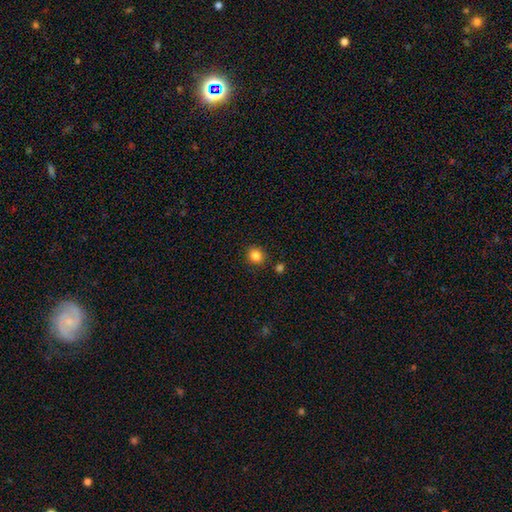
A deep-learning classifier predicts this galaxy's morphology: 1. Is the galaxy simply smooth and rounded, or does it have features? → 85% smooth, 11% star or artifact, 4% featured or disk.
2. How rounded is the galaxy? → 79% round, 20% in between, 1% cigar-shaped.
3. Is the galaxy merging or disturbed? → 85% none, 8% minor disturbance, 4% merger, 2% major disturbance.